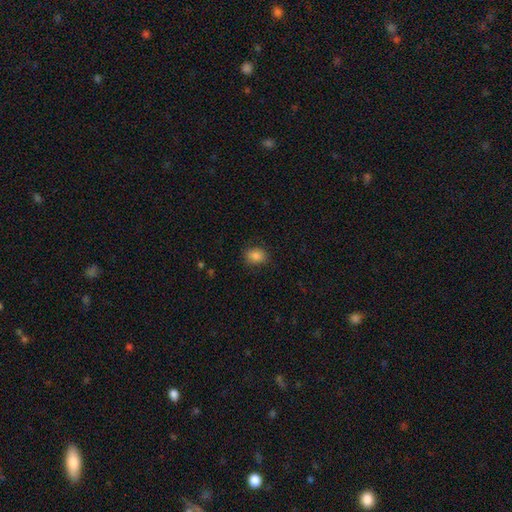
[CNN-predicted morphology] smooth_or_featured: smooth (p=0.86) [alt: star or artifact p=0.10]
how_rounded: in between (p=0.59) [alt: round p=0.40]
merging: none (p=0.86) [alt: minor disturbance p=0.11]